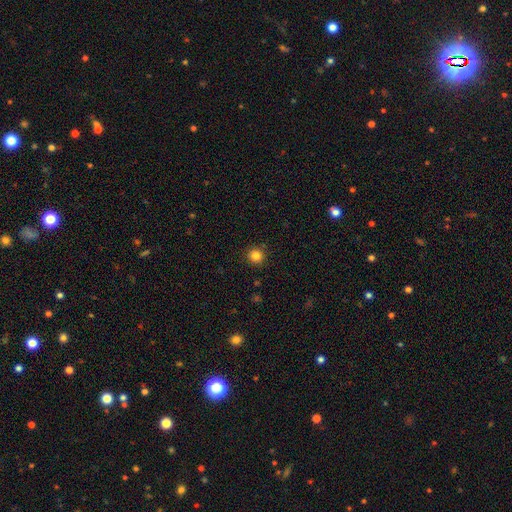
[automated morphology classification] Smooth or featured?
  - smooth: 83% *
  - star or artifact: 12%
  - featured or disk: 5%
How rounded?
  - round: 94% *
  - in between: 5%
  - cigar-shaped: 1%
Merging?
  - none: 90% *
  - minor disturbance: 6%
  - major disturbance: 2%
  - merger: 1%